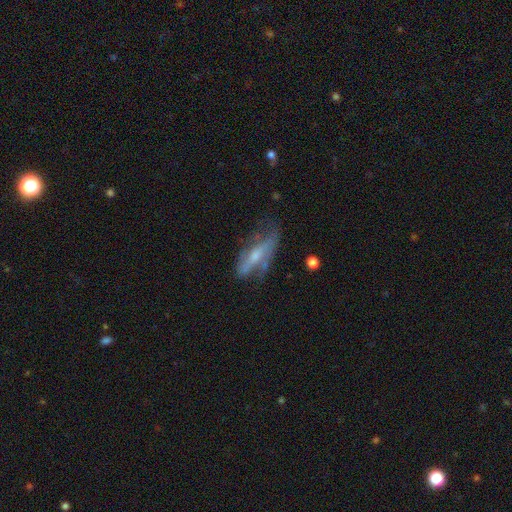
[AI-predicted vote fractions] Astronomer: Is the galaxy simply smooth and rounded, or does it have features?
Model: featured or disk — 60%.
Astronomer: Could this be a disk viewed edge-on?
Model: no — 63%.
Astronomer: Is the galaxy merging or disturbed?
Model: none — 43% (runner-up: minor disturbance, 29%).